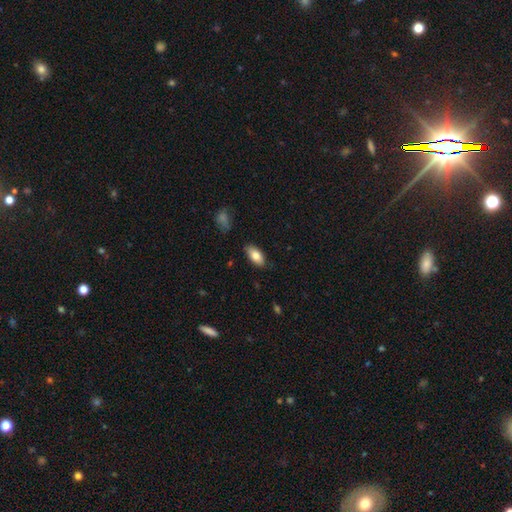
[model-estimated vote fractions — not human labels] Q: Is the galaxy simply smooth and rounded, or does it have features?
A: smooth — 80%.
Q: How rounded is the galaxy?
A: in between — 90%.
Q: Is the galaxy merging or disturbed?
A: none — 84%.